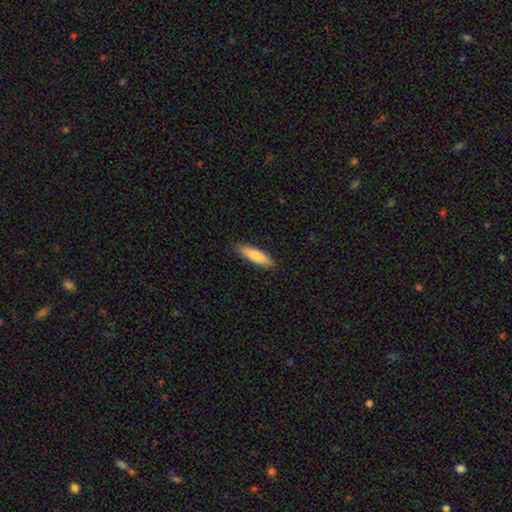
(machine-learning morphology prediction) smooth 82%, featured or disk 13%, star or artifact 5%. Down the decision tree: how rounded — cigar-shaped (68%); merging — none (88%).